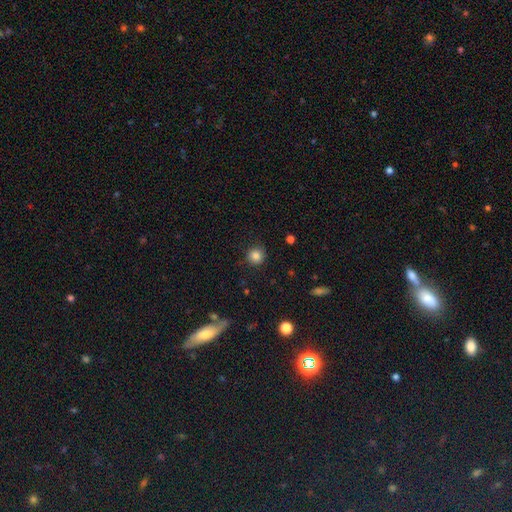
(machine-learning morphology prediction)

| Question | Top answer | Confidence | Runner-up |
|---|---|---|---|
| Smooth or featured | smooth | 84% | star or artifact (11%) |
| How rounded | round | 92% | in between (7%) |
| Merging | none | 88% | minor disturbance (8%) |